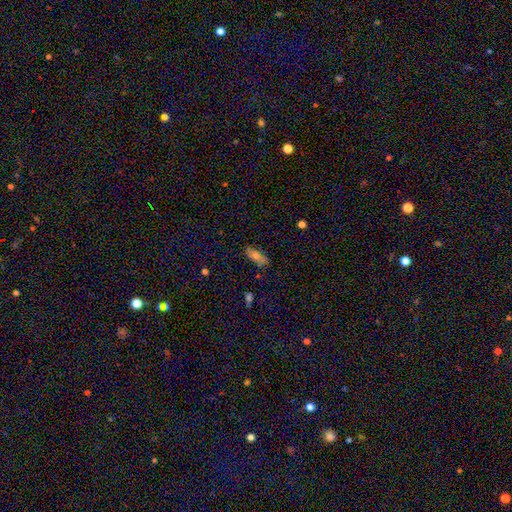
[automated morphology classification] smooth 63%, featured or disk 22%, star or artifact 15%. Down the decision tree: how rounded — in between (69%); merging — none (79%).